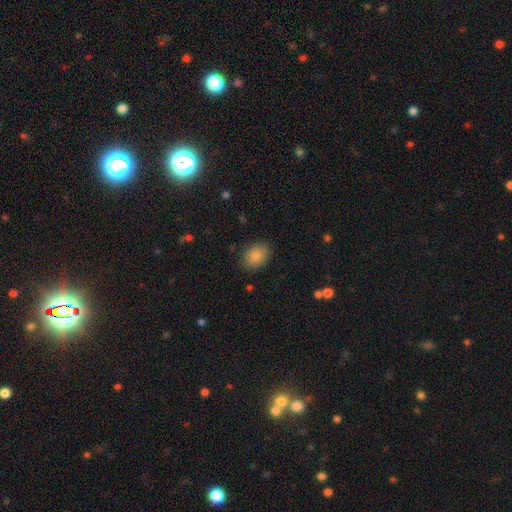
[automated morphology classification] The model was most divided on "how rounded": in between: 71%, round: 28%, cigar-shaped: 1%. More confident: smooth or featured — smooth (87%); merging — none (85%).